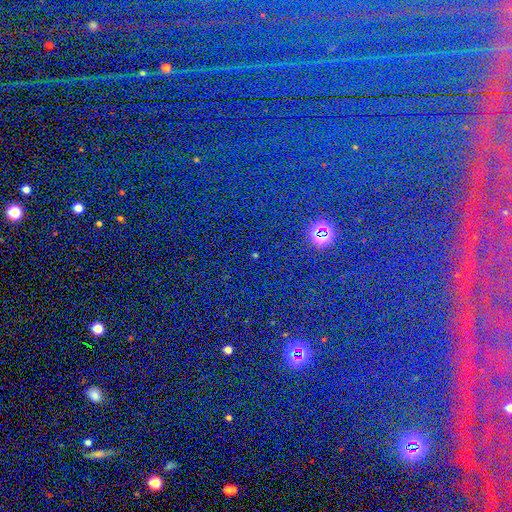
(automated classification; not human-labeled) A star or artifact, not a galaxy (76%).

Vote fractions:
- Smooth or featured? star or artifact: 76% / smooth: 16% / featured or disk: 7%